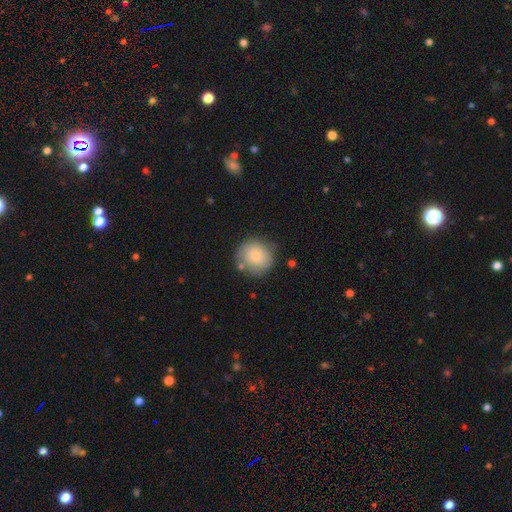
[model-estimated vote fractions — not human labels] Overall: smooth (78%). How rounded: round (90%). Merging: none (72%).